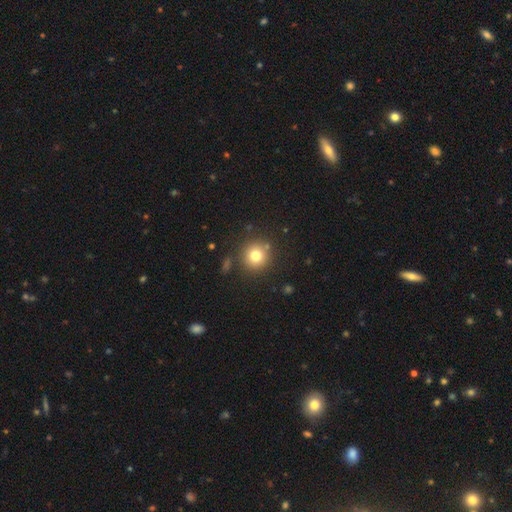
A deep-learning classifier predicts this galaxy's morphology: This appears to be a smooth galaxy with no disk features (77%) that is round (93%). Merging: none (85%).